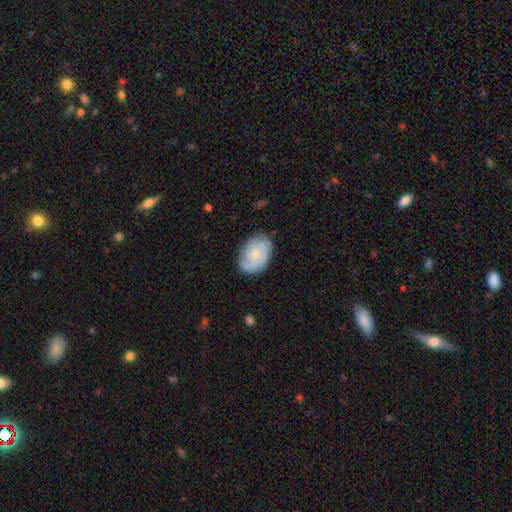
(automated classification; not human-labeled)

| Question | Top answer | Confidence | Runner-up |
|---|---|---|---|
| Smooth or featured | featured or disk | 49% | smooth (45%) |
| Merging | none | 73% | minor disturbance (20%) |